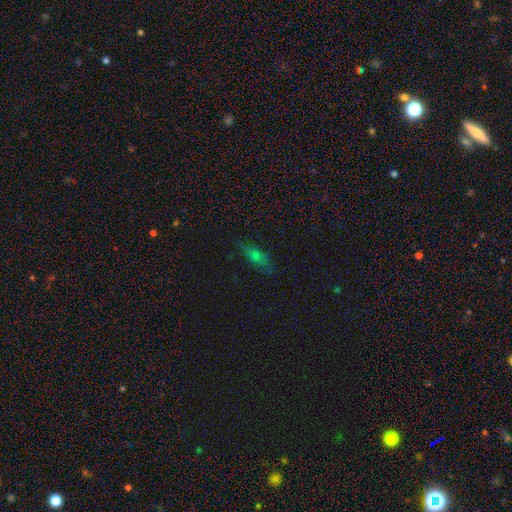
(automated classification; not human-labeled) This appears to be a smooth galaxy with no disk features (56%) that is in between round and cigar-shaped (57%). Merging: none (78%).